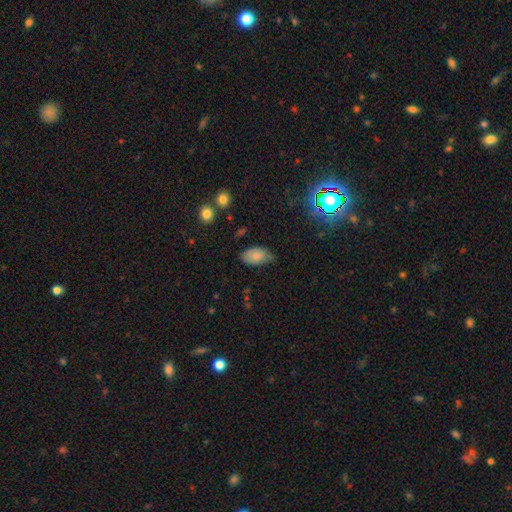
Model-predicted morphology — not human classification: Smooth or featured? Predicted: smooth (p=0.80). How rounded? Predicted: in between (p=0.93). Merging? Predicted: none (p=0.59).